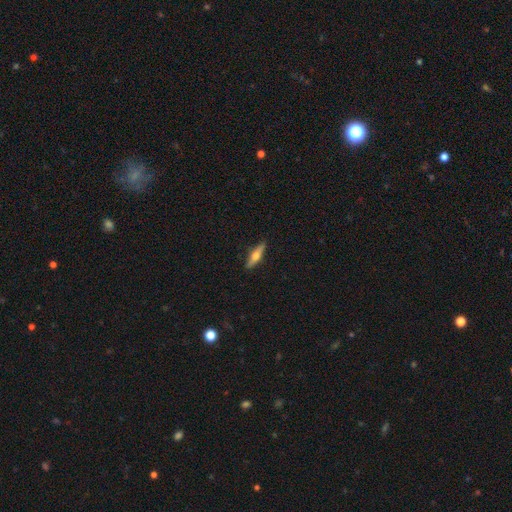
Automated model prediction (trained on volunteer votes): Q: Smooth or featured?
A: featured or disk (55%); runner-up: smooth (39%)
Q: Edge-on disk?
A: yes (95%); runner-up: no (5%)
Q: Edge-on bulge?
A: rounded (94%); runner-up: boxy (3%)
Q: Merging?
A: none (90%); runner-up: minor disturbance (8%)